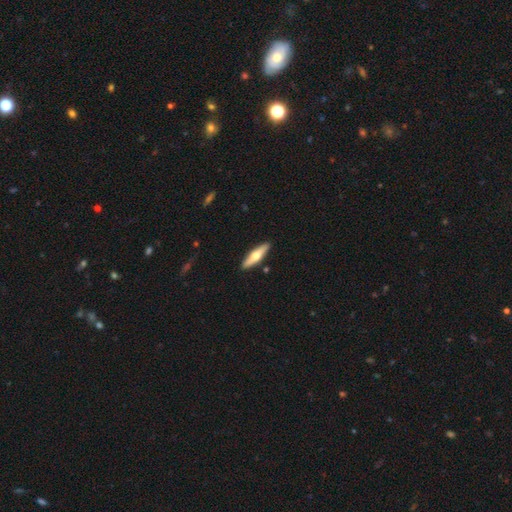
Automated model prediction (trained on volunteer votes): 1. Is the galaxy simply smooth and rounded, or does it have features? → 53% featured or disk, 42% smooth, 5% star or artifact.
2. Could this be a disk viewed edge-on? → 93% yes, 7% no.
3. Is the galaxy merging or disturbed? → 90% none, 7% minor disturbance, 2% merger, 2% major disturbance.